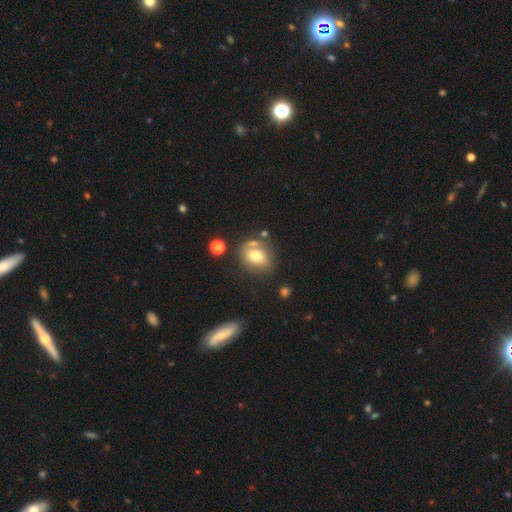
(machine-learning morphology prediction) A smooth galaxy with no disk features (69%) that is in between round and cigar-shaped (60%).

Vote fractions:
- Smooth or featured? smooth: 69% / featured or disk: 21% / star or artifact: 11%
- How rounded? in between: 60% / round: 38% / cigar-shaped: 2%
- Merging? none: 58% / minor disturbance: 19% / merger: 15% / major disturbance: 8%